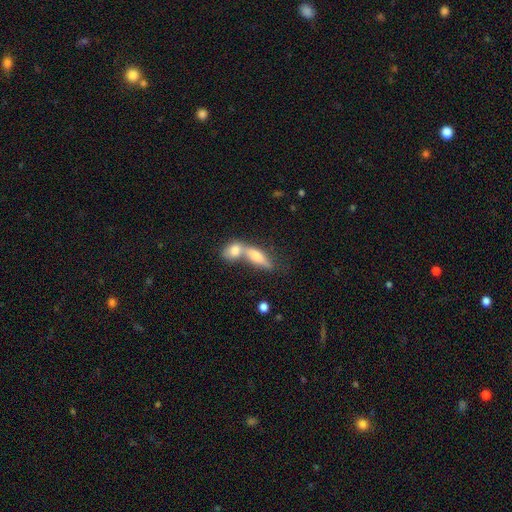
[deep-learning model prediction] This appears to be a smooth galaxy with no disk features (59%) that is in between round and cigar-shaped (52%). Merging: merger (67%).